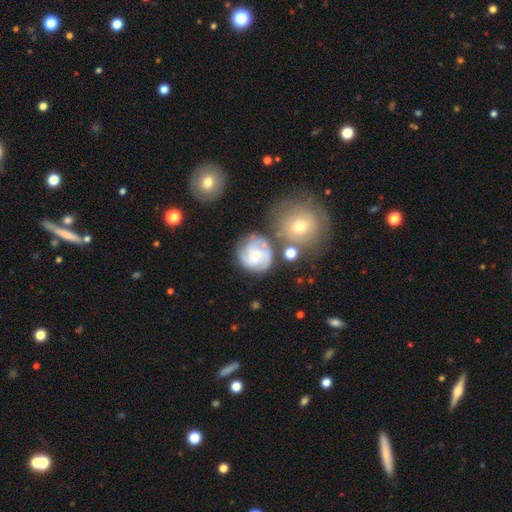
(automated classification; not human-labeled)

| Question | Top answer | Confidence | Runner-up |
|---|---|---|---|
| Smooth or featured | featured or disk | 74% | smooth (18%) |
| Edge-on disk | no | 98% | yes (2%) |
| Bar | no | 65% | weak (30%) |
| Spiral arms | yes | 94% | no (6%) |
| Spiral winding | medium | 44% | tight (43%) |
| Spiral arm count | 3 | 49% | can't tell (16%) |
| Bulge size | small | 61% | moderate (31%) |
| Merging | none | 66% | minor disturbance (17%) |